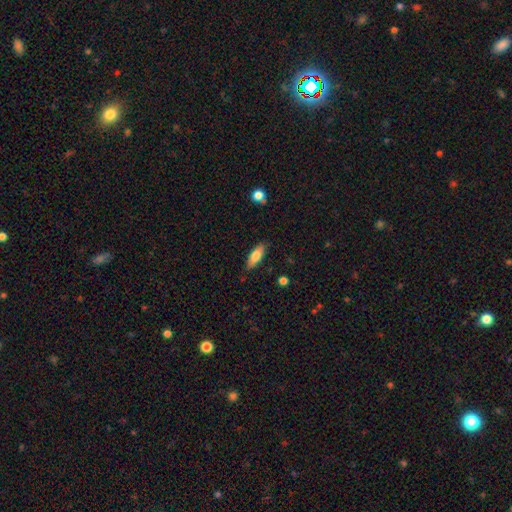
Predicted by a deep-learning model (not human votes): smooth 74%, featured or disk 19%, star or artifact 7%. Down the decision tree: how rounded — in between (65%); merging — none (83%).